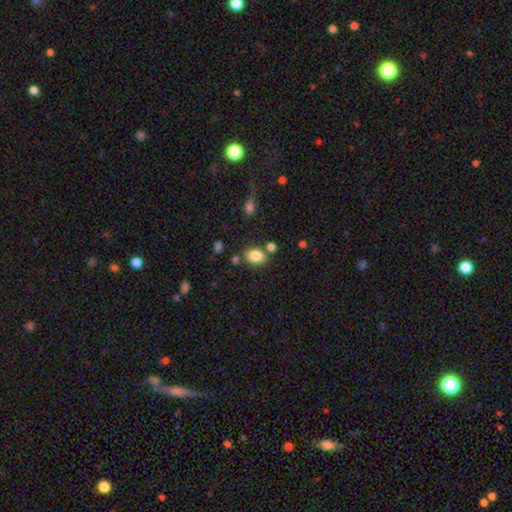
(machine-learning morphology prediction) This appears to be a smooth galaxy with no disk features (84%) that is in between round and cigar-shaped (73%). Merging: none (73%).